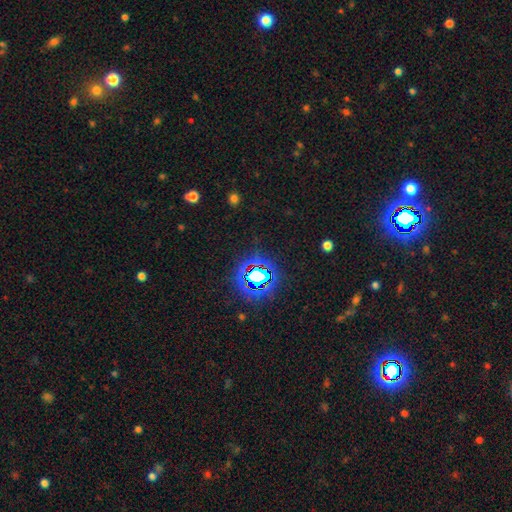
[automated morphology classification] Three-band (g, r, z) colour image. It shows a star or artifact, not a galaxy (81%).